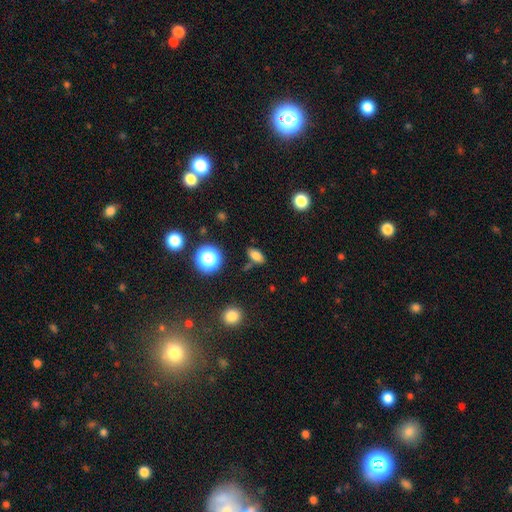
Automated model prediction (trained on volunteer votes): smooth_or_featured: smooth (p=0.78) [alt: star or artifact p=0.14]
how_rounded: in between (p=0.83) [alt: round p=0.10]
merging: none (p=0.79) [alt: minor disturbance p=0.12]